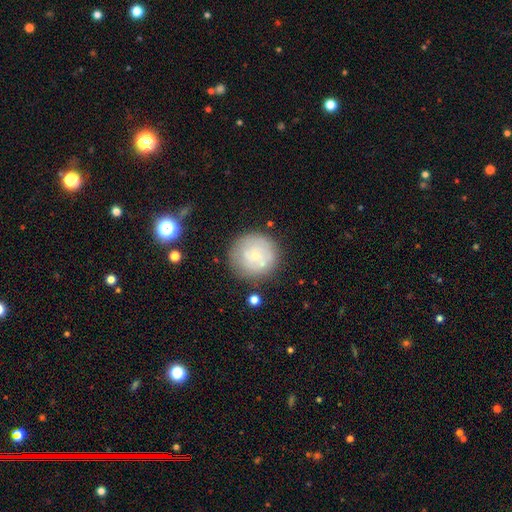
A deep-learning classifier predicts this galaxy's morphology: Smooth or featured: smooth — 55% (featured or disk — 37%)
How rounded: round — 95% (in between — 4%)
Merging: none — 73% (minor disturbance — 16%)